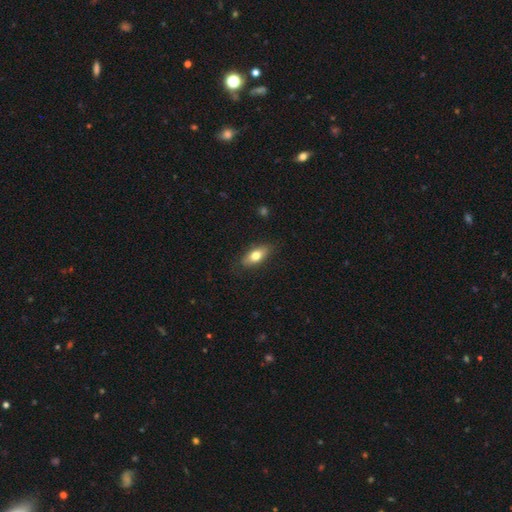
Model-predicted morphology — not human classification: The model was most divided on "smooth or featured": smooth: 71%, featured or disk: 22%, star or artifact: 7%. More confident: merging — none (82%); how rounded — in between (80%).